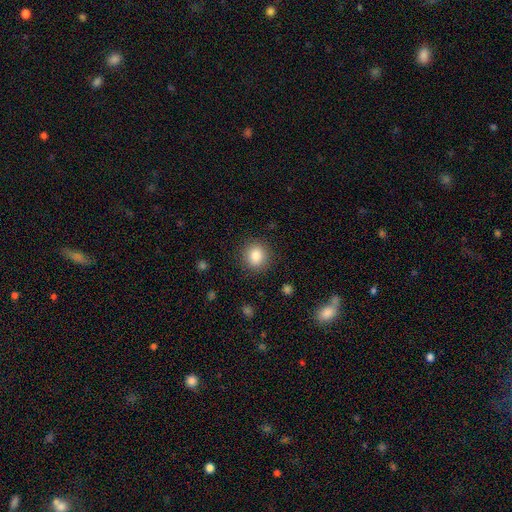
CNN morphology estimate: Smooth or featured? Predicted: smooth (p=0.85). How rounded? Predicted: round (p=0.82). Merging? Predicted: none (p=0.88).